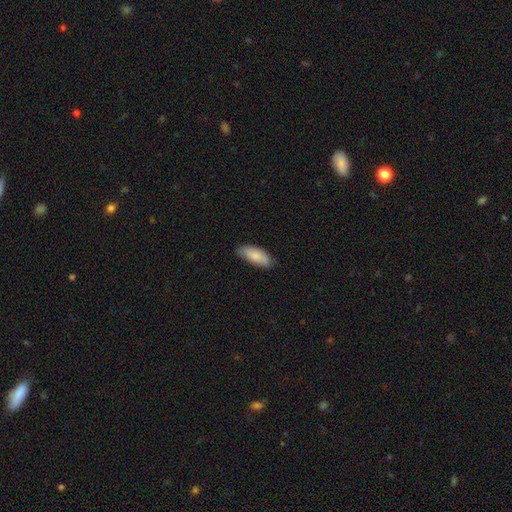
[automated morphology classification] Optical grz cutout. It shows a smooth galaxy with no disk features (83%) that is in between round and cigar-shaped (83%). Merging: none (74%).